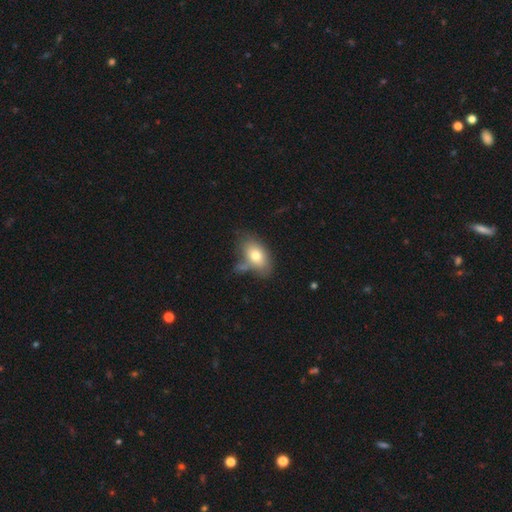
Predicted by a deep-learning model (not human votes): smooth_or_featured: smooth (p=0.74) [alt: featured or disk p=0.18]
how_rounded: in between (p=0.89) [alt: round p=0.09]
merging: none (p=0.57) [alt: minor disturbance p=0.22]